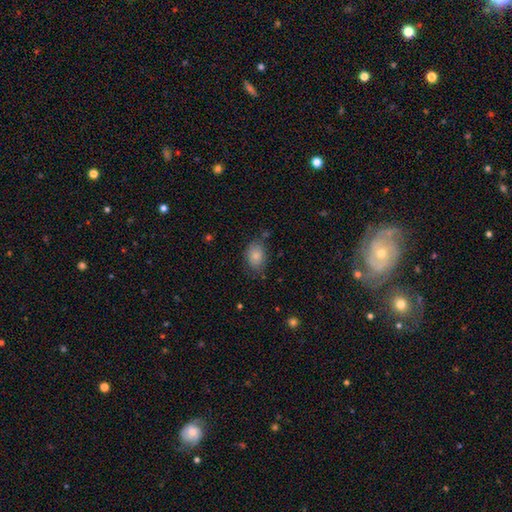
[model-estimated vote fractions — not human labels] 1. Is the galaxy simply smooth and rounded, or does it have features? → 84% smooth, 8% star or artifact, 8% featured or disk.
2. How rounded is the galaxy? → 74% in between, 25% round, 1% cigar-shaped.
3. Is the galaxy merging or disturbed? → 72% none, 20% minor disturbance, 5% major disturbance, 3% merger.